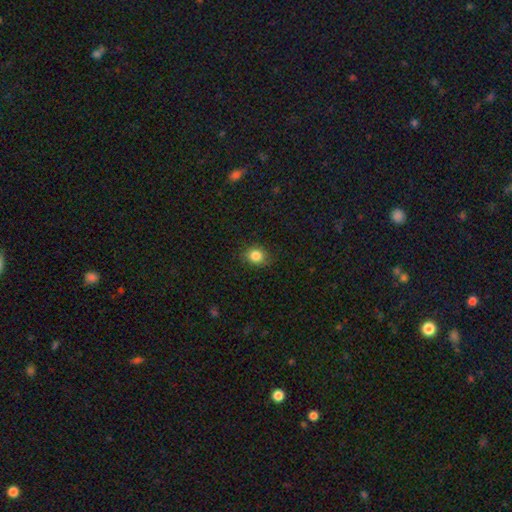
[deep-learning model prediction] This appears to be a smooth galaxy with no disk features (84%) that is round (64%). Merging: none (85%).